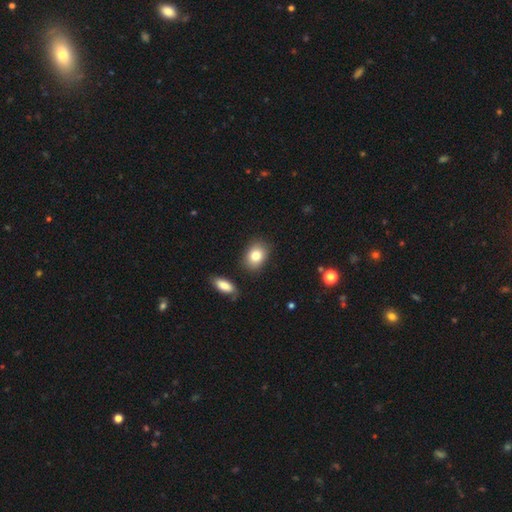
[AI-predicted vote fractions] smooth 82%, featured or disk 9%, star or artifact 8%. Down the decision tree: how rounded — in between (63%); merging — none (84%).